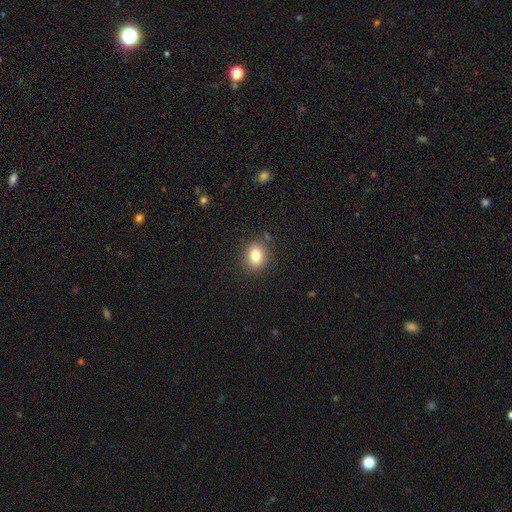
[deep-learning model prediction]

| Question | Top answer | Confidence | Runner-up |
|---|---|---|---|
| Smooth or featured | smooth | 81% | star or artifact (11%) |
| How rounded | round | 60% | in between (39%) |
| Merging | none | 86% | minor disturbance (10%) |